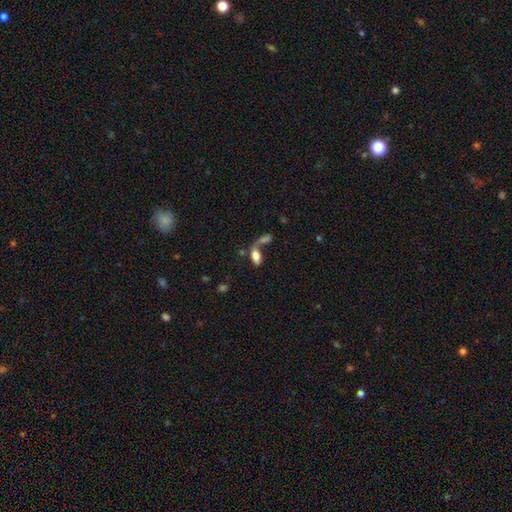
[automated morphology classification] type=smooth (75%); roundness=in between (87%); merging=merger (47%).